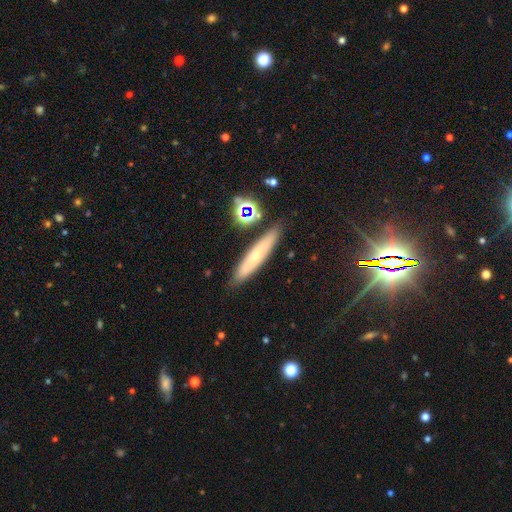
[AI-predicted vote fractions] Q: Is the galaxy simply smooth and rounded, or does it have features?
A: smooth — 56%.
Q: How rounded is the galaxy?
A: cigar-shaped — 87%.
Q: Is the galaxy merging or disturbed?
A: none — 86%.